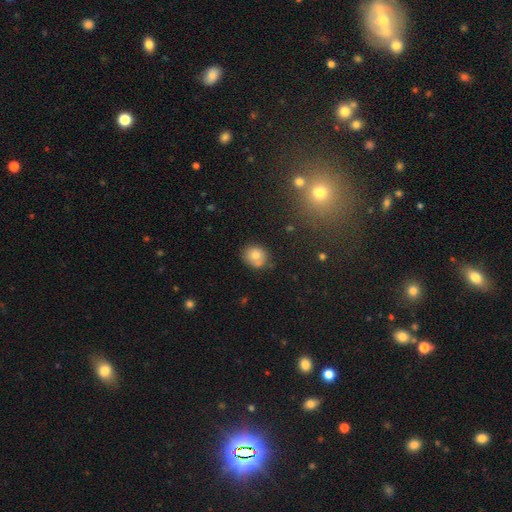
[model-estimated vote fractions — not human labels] Overall: smooth (76%). How rounded: round (75%). Merging: none (68%).